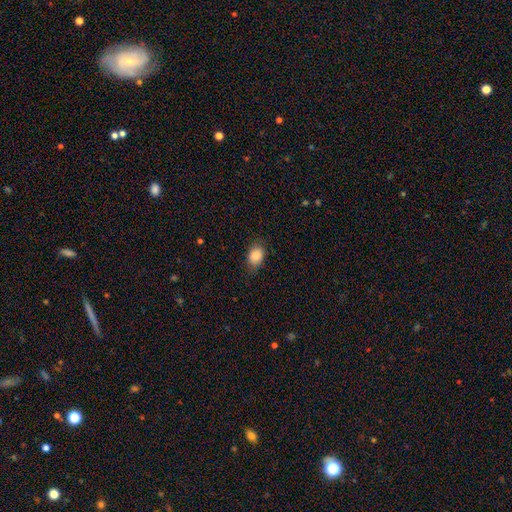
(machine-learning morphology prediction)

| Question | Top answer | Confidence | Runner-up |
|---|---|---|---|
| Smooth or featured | smooth | 87% | star or artifact (8%) |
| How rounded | in between | 76% | round (22%) |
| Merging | none | 79% | minor disturbance (16%) |